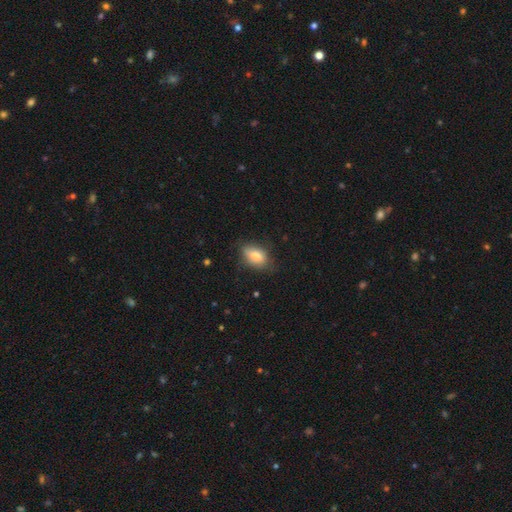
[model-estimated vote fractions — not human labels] Smooth or featured?
  - smooth: 79% *
  - featured or disk: 13%
  - star or artifact: 8%
How rounded?
  - in between: 88% *
  - round: 8%
  - cigar-shaped: 4%
Merging?
  - none: 69% *
  - minor disturbance: 24%
  - major disturbance: 5%
  - merger: 1%